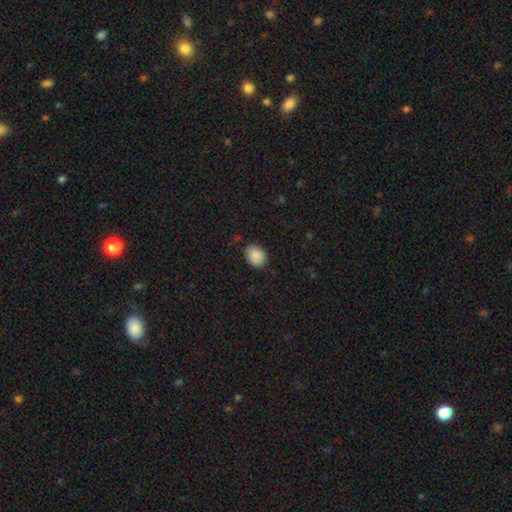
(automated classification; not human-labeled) Smooth or featured: smooth — 89% (star or artifact — 8%)
How rounded: in between — 65% (round — 34%)
Merging: none — 81% (minor disturbance — 15%)